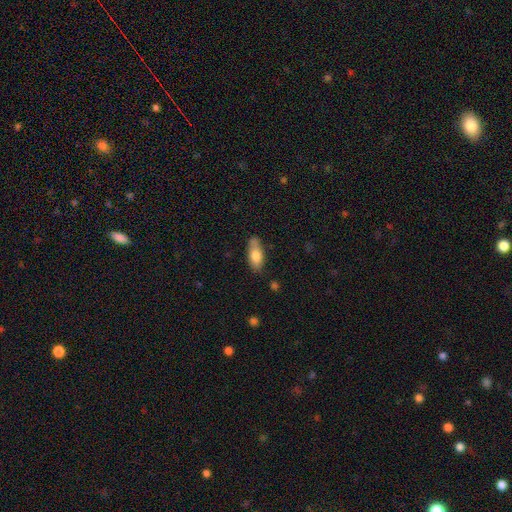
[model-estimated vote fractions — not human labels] Smooth or featured? smooth (76%)
How rounded? in between (80%)
Merging? none (69%)